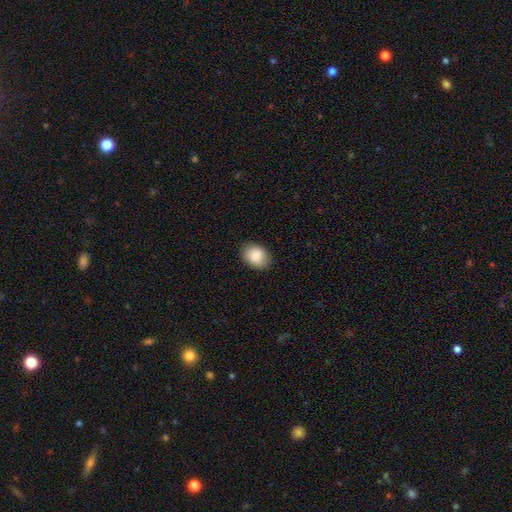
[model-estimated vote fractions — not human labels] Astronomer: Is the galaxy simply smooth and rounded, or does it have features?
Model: smooth — 87%.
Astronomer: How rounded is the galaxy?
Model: in between — 73%.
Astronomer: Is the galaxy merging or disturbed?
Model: none — 86%.